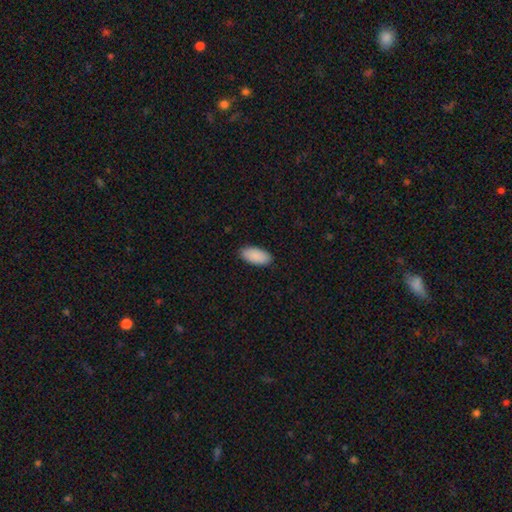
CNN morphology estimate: type=smooth (91%); roundness=in between (92%); merging=none (88%).